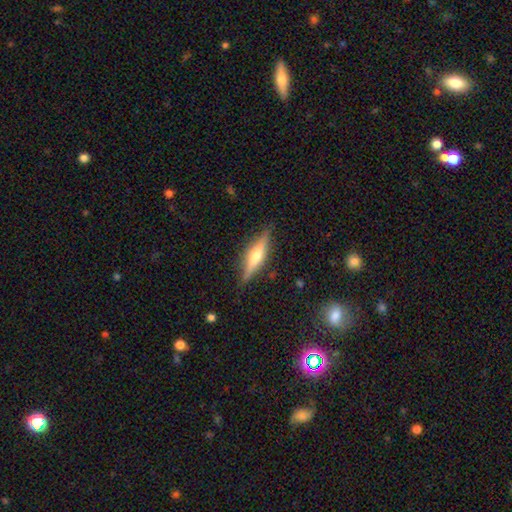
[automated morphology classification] Q: Smooth or featured?
A: featured or disk (65%); runner-up: smooth (28%)
Q: Edge-on disk?
A: yes (96%); runner-up: no (4%)
Q: Edge-on bulge?
A: rounded (84%); runner-up: boxy (10%)
Q: Merging?
A: none (87%); runner-up: minor disturbance (10%)